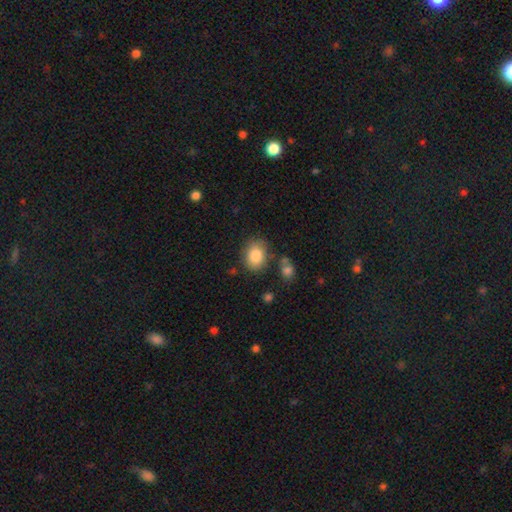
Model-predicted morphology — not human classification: The model was most divided on "how rounded": in between: 53%, round: 46%, cigar-shaped: 1%. More confident: smooth or featured — smooth (86%); merging — none (72%).